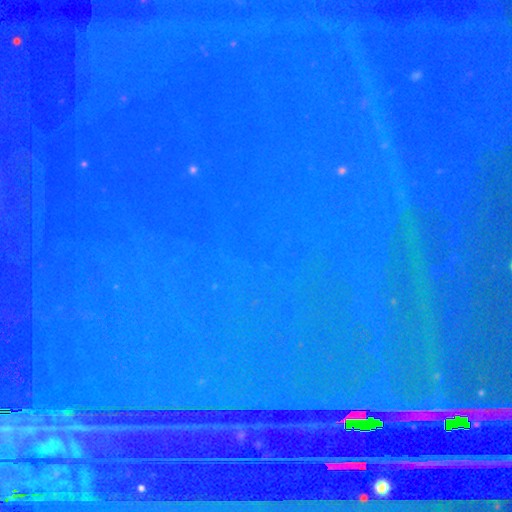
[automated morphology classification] type=star or artifact (85%).